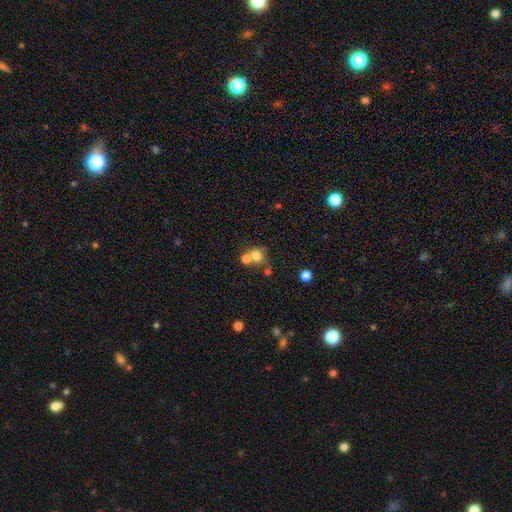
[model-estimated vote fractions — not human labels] Morphology: type=smooth (73%); roundness=round (81%); merging=merger (43%, tied with none).